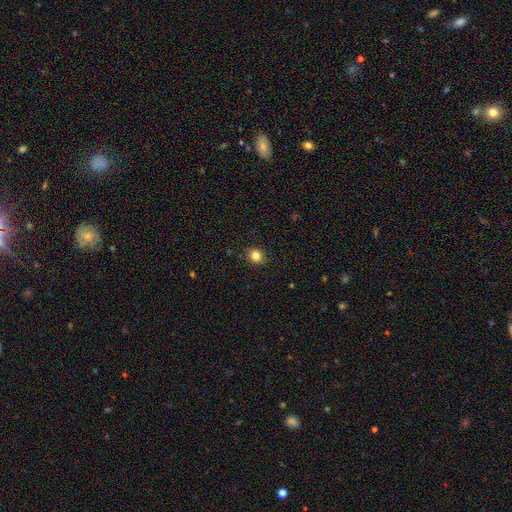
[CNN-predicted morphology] type=smooth (83%); roundness=round (78%); merging=none (90%).